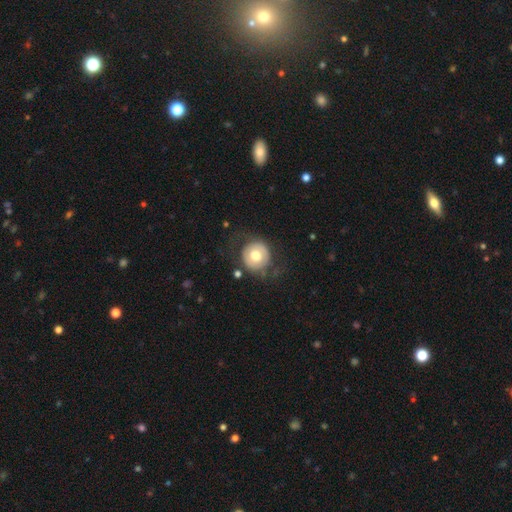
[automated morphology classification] smooth-or-featured: smooth: 55% | featured or disk: 38% | star or artifact: 7%
  how-rounded: round: 90% | in between: 9% | cigar-shaped: 1%
  merging: none: 69% | minor disturbance: 16% | major disturbance: 13% | merger: 2%